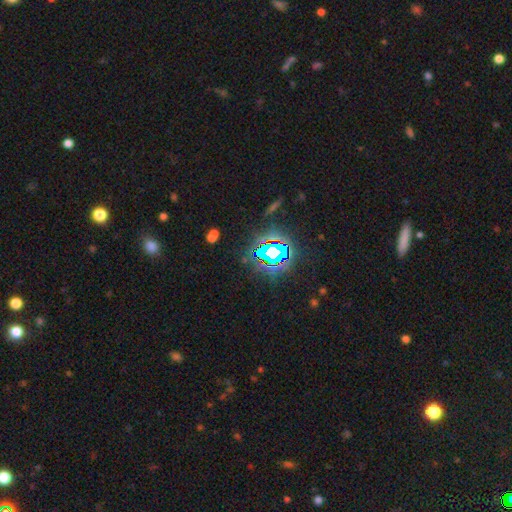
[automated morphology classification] Smooth or featured? star or artifact (81%)